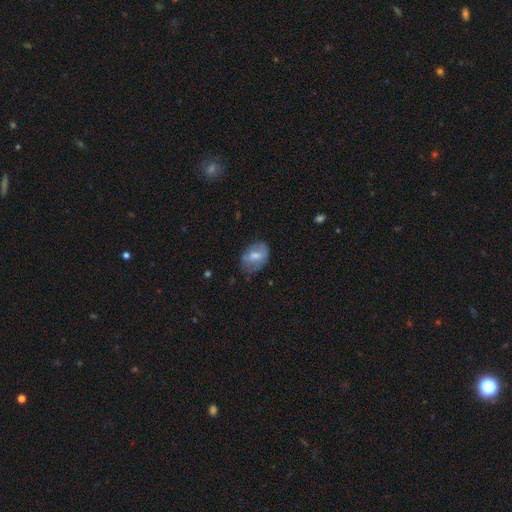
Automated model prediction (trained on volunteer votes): A smooth galaxy with no disk features (60%) that is in between round and cigar-shaped (82%).

Vote fractions:
- Smooth or featured? smooth: 60% / featured or disk: 32% / star or artifact: 7%
- How rounded? in between: 82% / round: 17% / cigar-shaped: 1%
- Merging? none: 59% / minor disturbance: 28% / major disturbance: 11% / merger: 2%